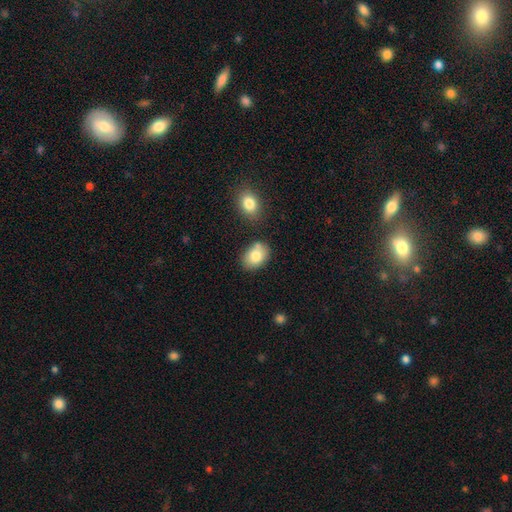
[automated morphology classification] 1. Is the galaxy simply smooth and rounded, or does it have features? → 81% smooth, 11% featured or disk, 8% star or artifact.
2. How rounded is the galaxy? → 75% in between, 24% round, 1% cigar-shaped.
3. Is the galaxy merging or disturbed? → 70% none, 14% minor disturbance, 13% merger, 3% major disturbance.